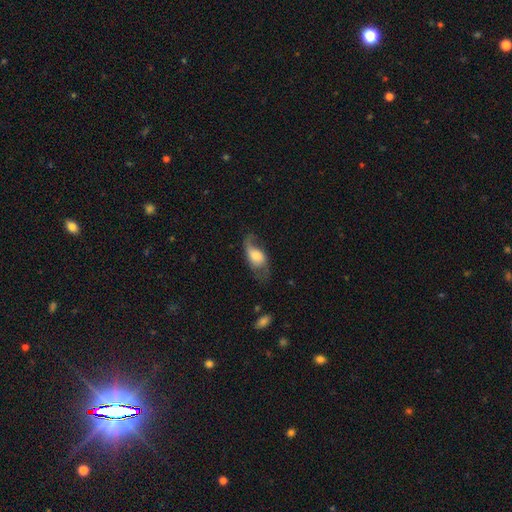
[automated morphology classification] Smooth or featured?
  - featured or disk: 51% *
  - smooth: 42%
  - star or artifact: 8%
Edge-on disk?
  - no: 91% *
  - yes: 9%
Merging?
  - none: 42% *
  - major disturbance: 30%
  - minor disturbance: 26%
  - merger: 3%